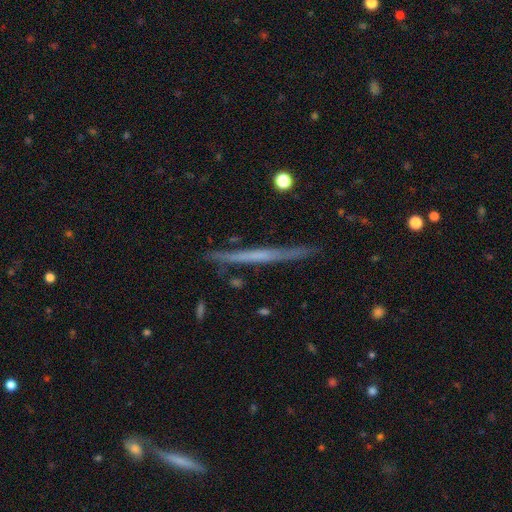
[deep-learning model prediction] Smooth or featured: featured or disk — 59% (smooth — 34%)
Edge-on disk: yes — 97% (no — 3%)
Edge-on bulge: none — 83% (rounded — 11%)
Merging: none — 87% (minor disturbance — 9%)